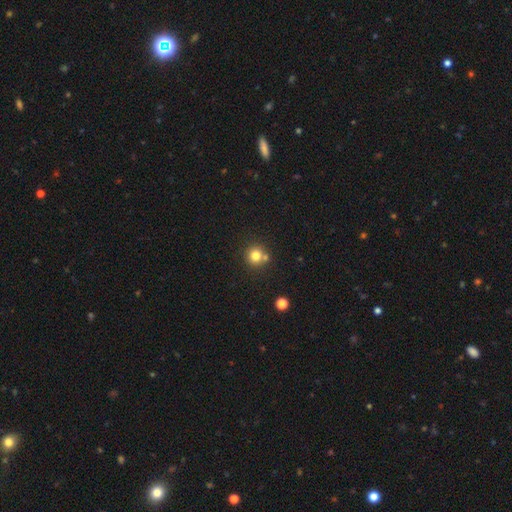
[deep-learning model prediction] Smooth or featured? Predicted: smooth (p=0.79). How rounded? Predicted: round (p=0.92). Merging? Predicted: none (p=0.70).